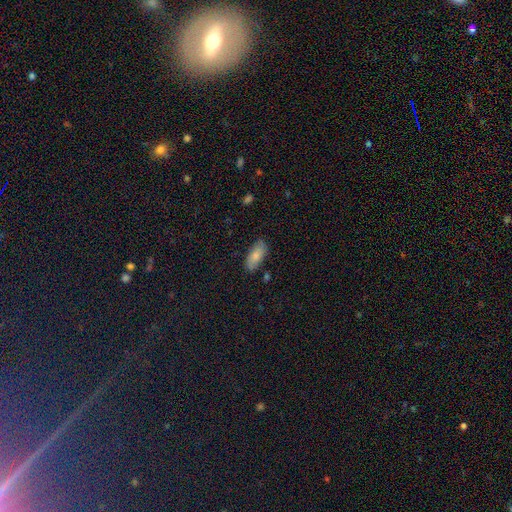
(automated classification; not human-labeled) Q: Smooth or featured?
A: smooth (79%); runner-up: featured or disk (14%)
Q: How rounded?
A: in between (88%); runner-up: cigar-shaped (10%)
Q: Merging?
A: none (80%); runner-up: minor disturbance (15%)